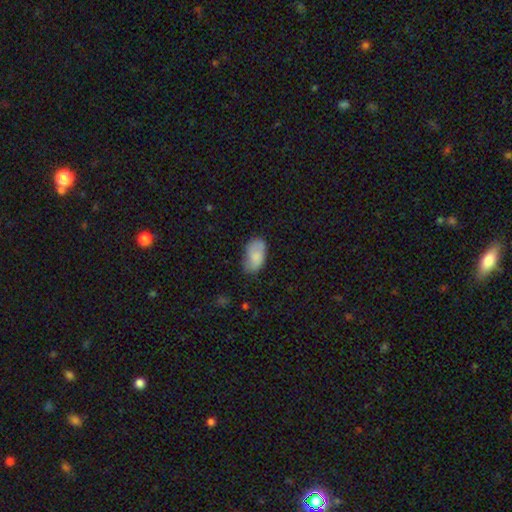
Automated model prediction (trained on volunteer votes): A smooth galaxy with no disk features (80%) that is in between round and cigar-shaped (94%). Merging: none (64%).